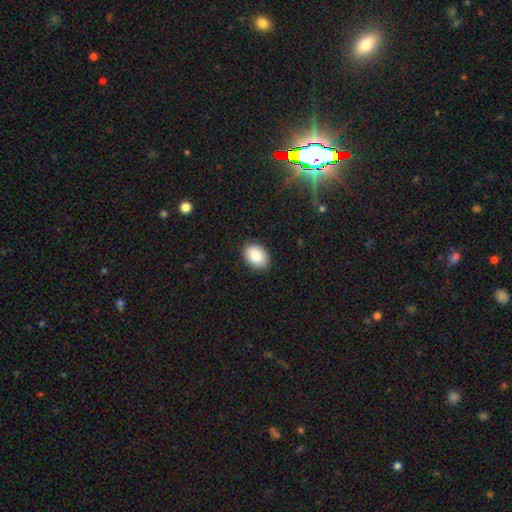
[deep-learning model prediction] Q: Smooth or featured?
A: smooth (88%); runner-up: star or artifact (7%)
Q: How rounded?
A: in between (81%); runner-up: round (18%)
Q: Merging?
A: none (89%); runner-up: minor disturbance (8%)